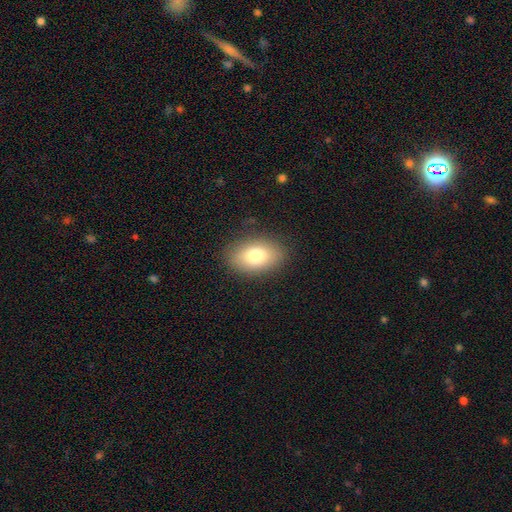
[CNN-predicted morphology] Smooth or featured? Predicted: smooth (p=0.79). How rounded? Predicted: in between (p=0.87). Merging? Predicted: none (p=0.86).